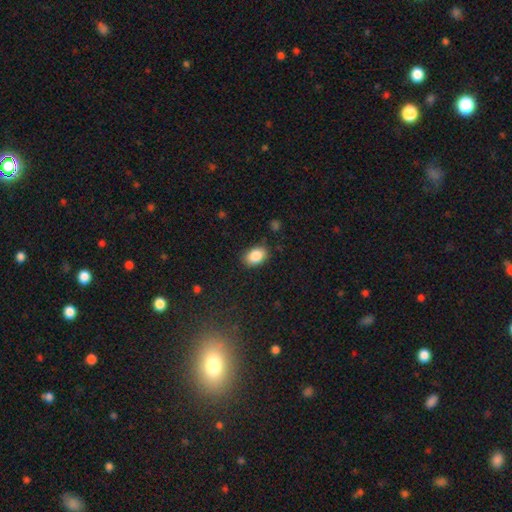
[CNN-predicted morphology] Smooth or featured?
  - smooth: 88% *
  - star or artifact: 8%
  - featured or disk: 5%
How rounded?
  - in between: 84% *
  - round: 15%
  - cigar-shaped: 1%
Merging?
  - none: 82% *
  - minor disturbance: 14%
  - major disturbance: 3%
  - merger: 1%